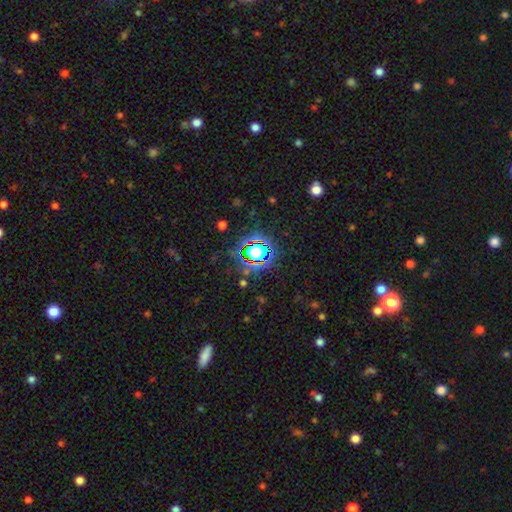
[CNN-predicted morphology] smooth_or_featured: star or artifact (p=0.71) [alt: smooth p=0.19]